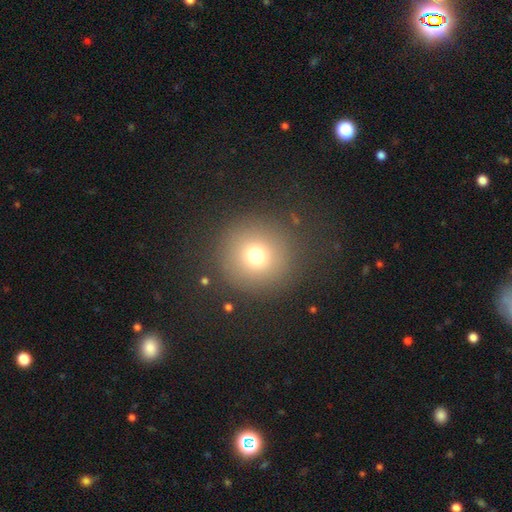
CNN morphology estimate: This is likely a smooth galaxy (72%). How rounded: clearly round (96%). Merging: clearly none (88%).